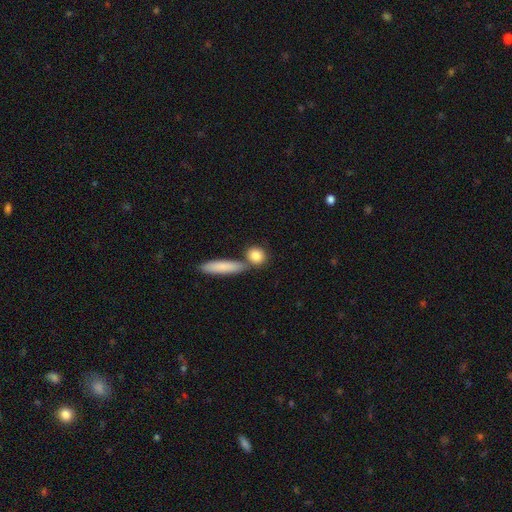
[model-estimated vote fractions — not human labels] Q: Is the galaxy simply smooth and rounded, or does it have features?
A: smooth — 84%.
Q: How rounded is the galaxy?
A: round — 60%.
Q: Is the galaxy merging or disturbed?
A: none — 65%.